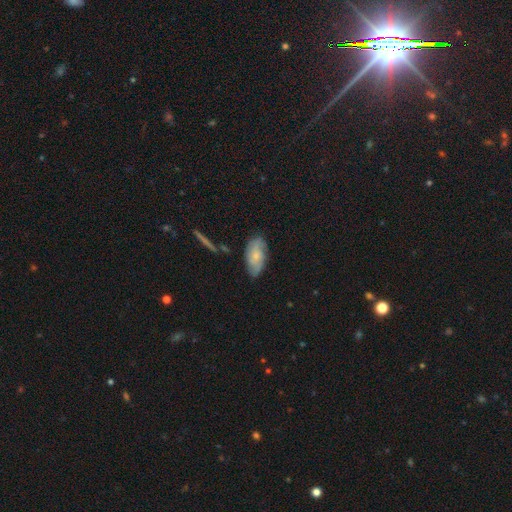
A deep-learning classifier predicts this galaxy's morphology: featured or disk 48%, smooth 45%, star or artifact 7%. Down the decision tree: merging — none (72%).